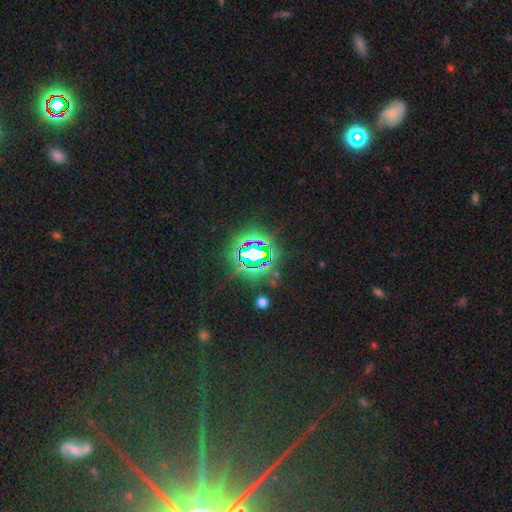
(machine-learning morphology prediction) Smooth or featured? star or artifact (79%)